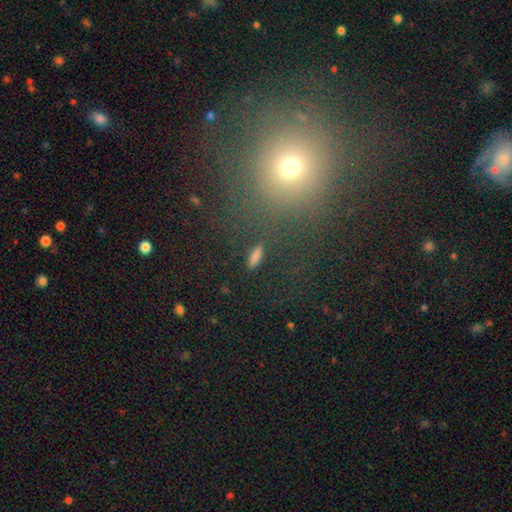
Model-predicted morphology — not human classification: This appears to be a smooth galaxy with no disk features (52%) that is round (85%). Merging: none (74%).